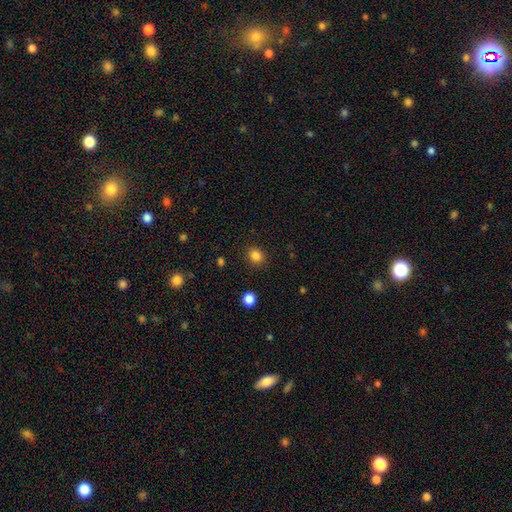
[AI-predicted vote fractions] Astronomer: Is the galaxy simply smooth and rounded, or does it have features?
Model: smooth — 84%.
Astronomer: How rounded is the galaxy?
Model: round — 79%.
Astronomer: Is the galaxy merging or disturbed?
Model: none — 88%.